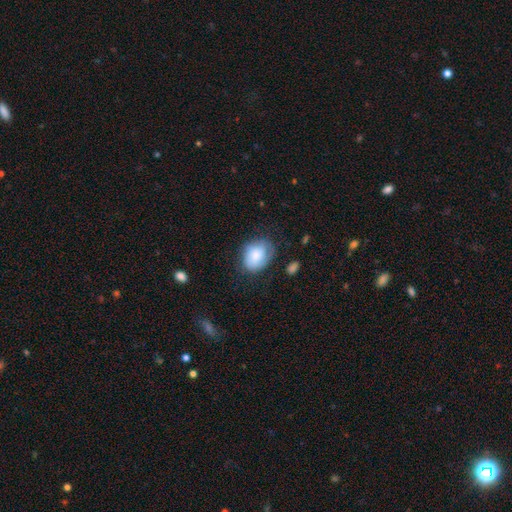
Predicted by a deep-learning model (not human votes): smooth 75%, featured or disk 18%, star or artifact 7%. Down the decision tree: how rounded — in between (66%); merging — none (59%).